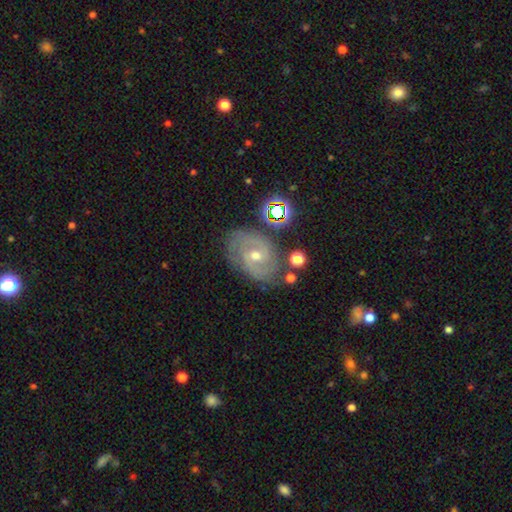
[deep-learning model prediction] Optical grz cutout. It shows a featured or disk galaxy (79%) with no bar (45%), 2 (58%) tight (55%) spiral arms (93%) and a moderate central bulge (52%). Merging: none (74%).